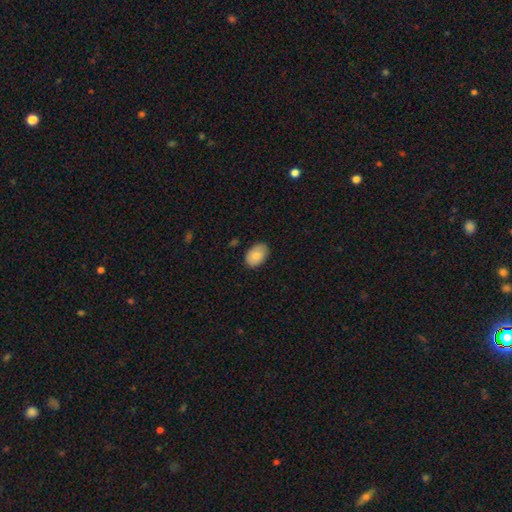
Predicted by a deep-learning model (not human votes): Smooth or featured? Predicted: smooth (p=0.80). How rounded? Predicted: in between (p=0.87). Merging? Predicted: none (p=0.86).